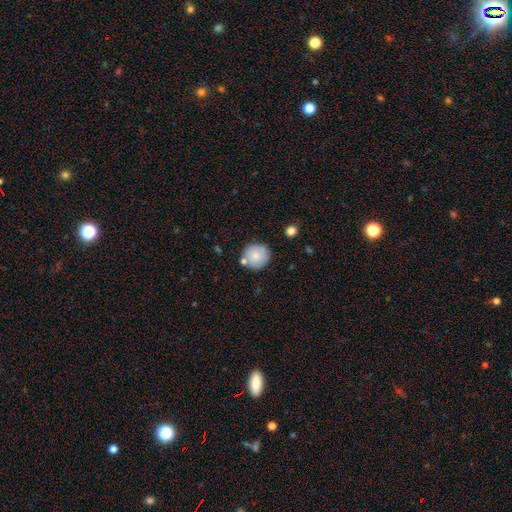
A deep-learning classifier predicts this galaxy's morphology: smooth-or-featured: smooth: 77% | featured or disk: 16% | star or artifact: 7%
  how-rounded: round: 92% | in between: 7% | cigar-shaped: 1%
  merging: none: 75% | minor disturbance: 13% | merger: 8% | major disturbance: 3%